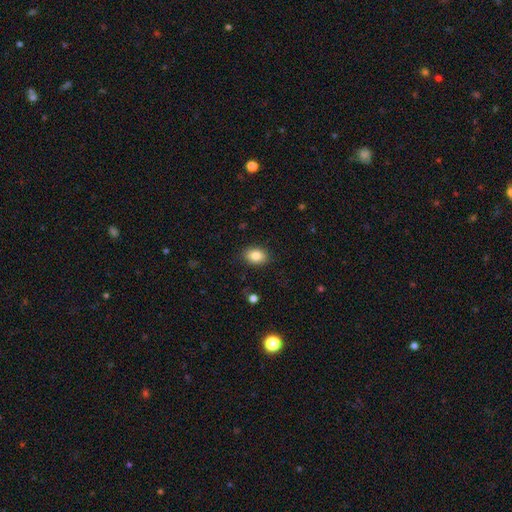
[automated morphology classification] Smooth or featured?
  - smooth: 84% *
  - star or artifact: 9%
  - featured or disk: 7%
How rounded?
  - in between: 76% *
  - round: 22%
  - cigar-shaped: 1%
Merging?
  - none: 88% *
  - minor disturbance: 9%
  - major disturbance: 2%
  - merger: 1%